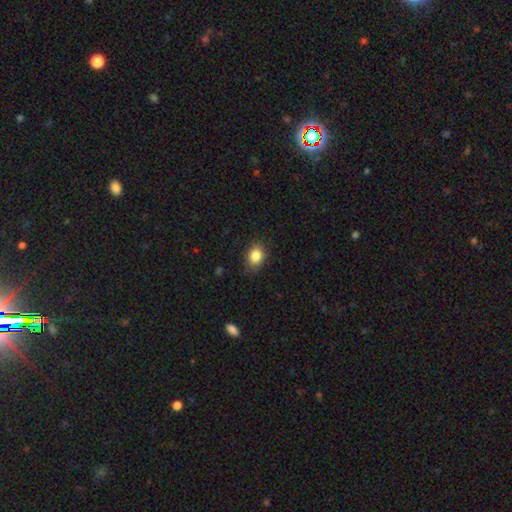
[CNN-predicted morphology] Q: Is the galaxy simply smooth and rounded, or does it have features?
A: smooth — 85%.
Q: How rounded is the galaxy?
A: in between — 63%.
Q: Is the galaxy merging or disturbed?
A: none — 82%.